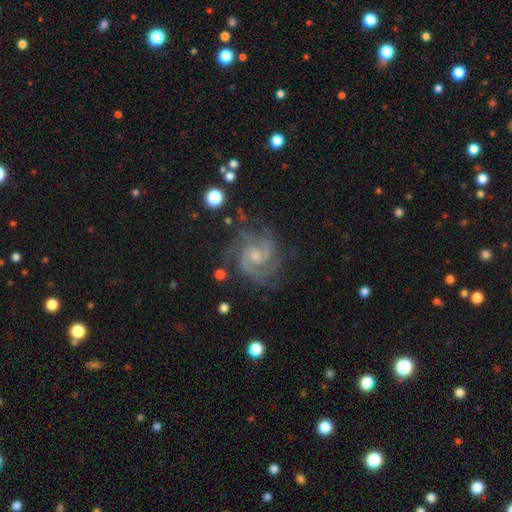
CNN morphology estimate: A featured or disk galaxy (90%) with no bar (56%), 2 (52%) tight (50%) spiral arms (98%) and a small central bulge (54%). Merging: none (73%).